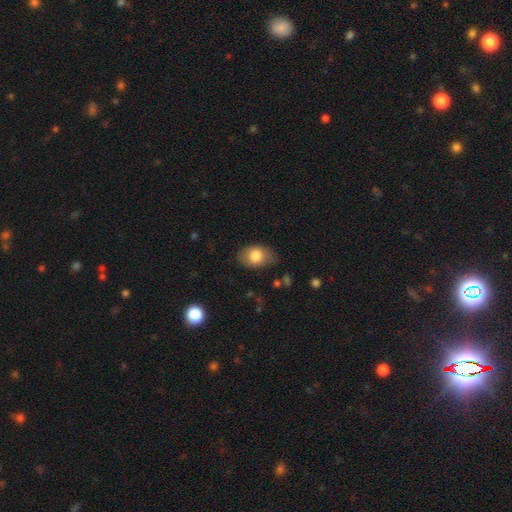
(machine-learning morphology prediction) type=smooth (80%); roundness=in between (82%); merging=none (73%).